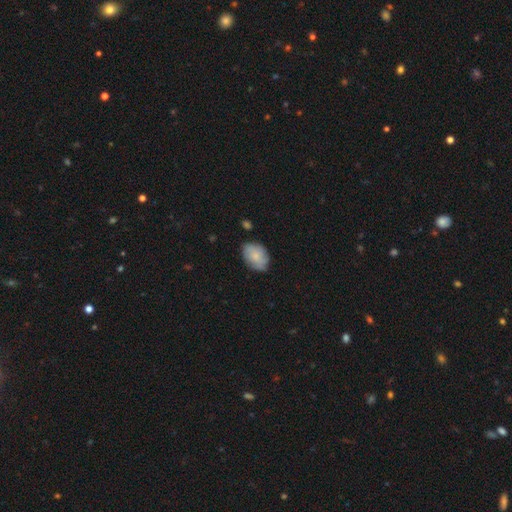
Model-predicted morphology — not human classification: A smooth galaxy with no disk features (74%) that is in between round and cigar-shaped (80%).

Vote fractions:
- Smooth or featured? smooth: 74% / featured or disk: 20% / star or artifact: 6%
- How rounded? in between: 80% / round: 19% / cigar-shaped: 1%
- Merging? none: 73% / minor disturbance: 21% / major disturbance: 4% / merger: 2%